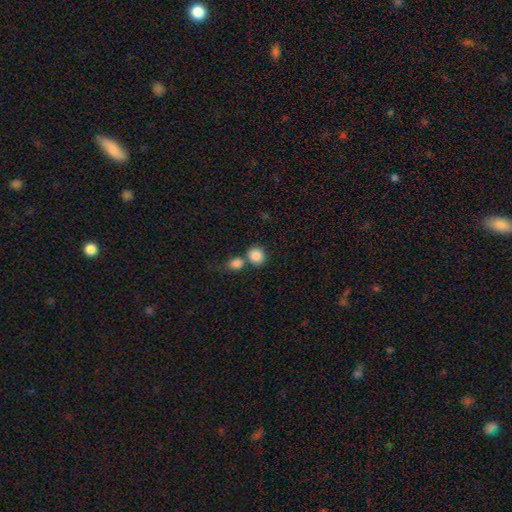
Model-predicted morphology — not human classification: smooth_or_featured: smooth (p=0.86) [alt: star or artifact p=0.08]
how_rounded: round (p=0.79) [alt: in between p=0.20]
merging: none (p=0.51) [alt: merger p=0.37]